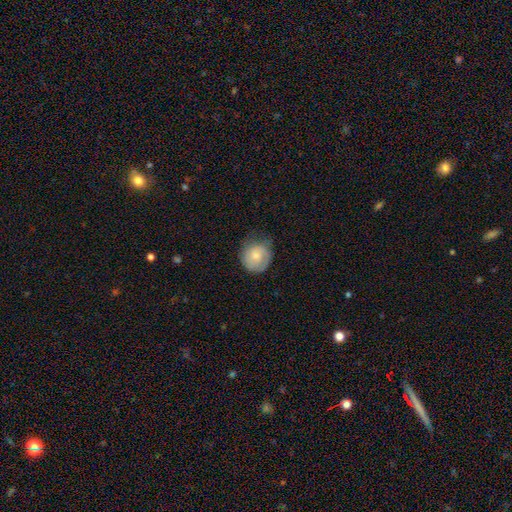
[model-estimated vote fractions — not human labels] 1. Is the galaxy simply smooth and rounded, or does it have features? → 67% smooth, 27% featured or disk, 7% star or artifact.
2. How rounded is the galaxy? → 81% round, 19% in between, 1% cigar-shaped.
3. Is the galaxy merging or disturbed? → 55% none, 32% minor disturbance, 12% major disturbance, 1% merger.